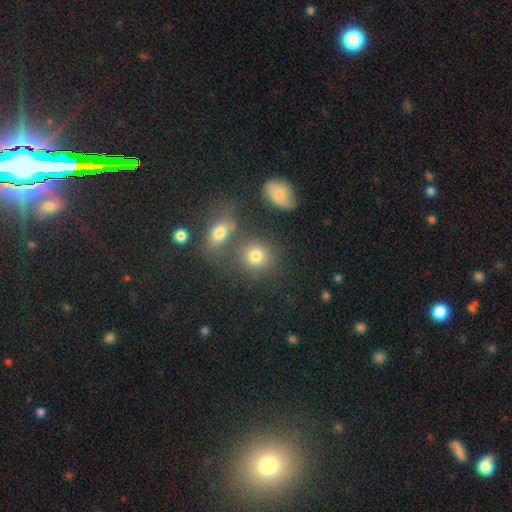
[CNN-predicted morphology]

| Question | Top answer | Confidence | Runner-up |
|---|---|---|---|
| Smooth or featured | smooth | 75% | star or artifact (15%) |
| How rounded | round | 72% | in between (27%) |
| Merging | none | 65% | merger (19%) |